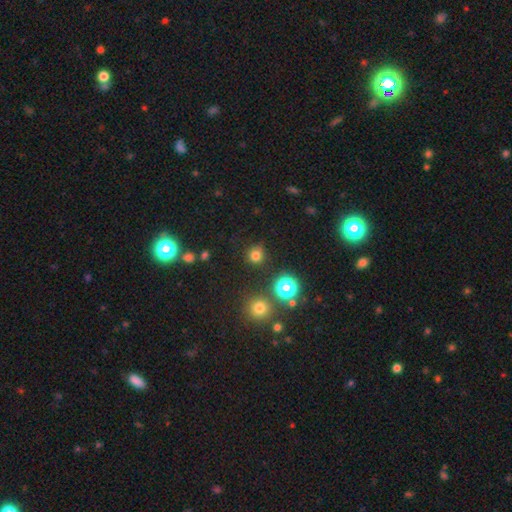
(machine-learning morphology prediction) Smooth or featured? Predicted: smooth (p=0.75). How rounded? Predicted: round (p=0.90). Merging? Predicted: none (p=0.83).